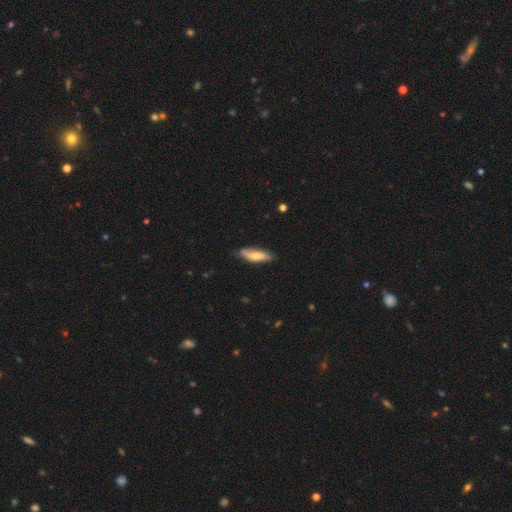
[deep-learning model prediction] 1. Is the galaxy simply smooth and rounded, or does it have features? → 65% smooth, 29% featured or disk, 6% star or artifact.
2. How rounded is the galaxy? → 54% cigar-shaped, 45% in between, 2% round.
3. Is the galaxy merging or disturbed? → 71% none, 24% minor disturbance, 4% major disturbance, 2% merger.